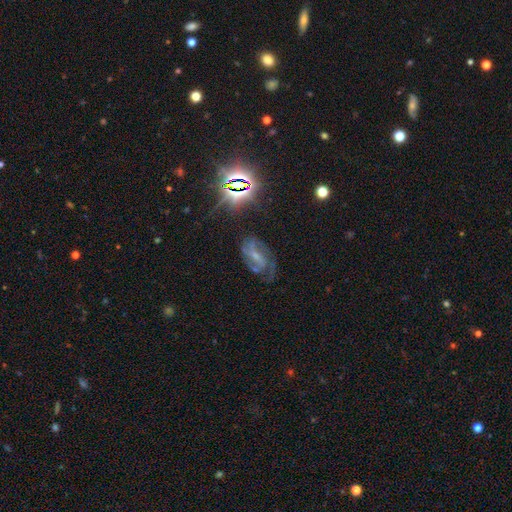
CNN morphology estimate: featured or disk 73%, star or artifact 16%, smooth 11%. Down the decision tree: edge-on disk — no (96%); bar — weak (45%); spiral arms — yes (93%); spiral arm count — 2 (58%); spiral winding — medium (50%); bulge size — small (58%); merging — none (60%).